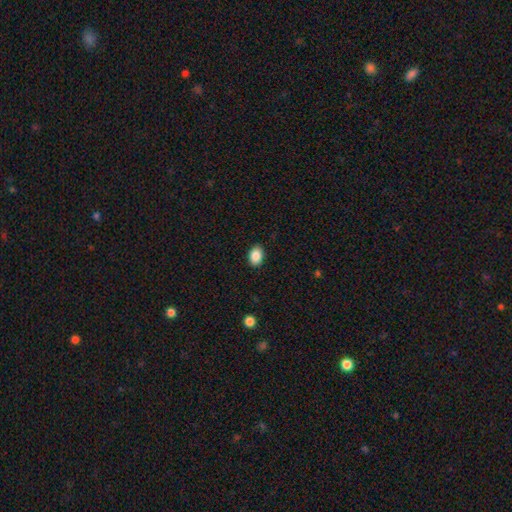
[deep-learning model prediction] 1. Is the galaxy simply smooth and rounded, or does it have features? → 88% smooth, 8% star or artifact, 4% featured or disk.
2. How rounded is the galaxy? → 80% in between, 19% round, 1% cigar-shaped.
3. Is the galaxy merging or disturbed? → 90% none, 7% minor disturbance, 2% major disturbance, 1% merger.